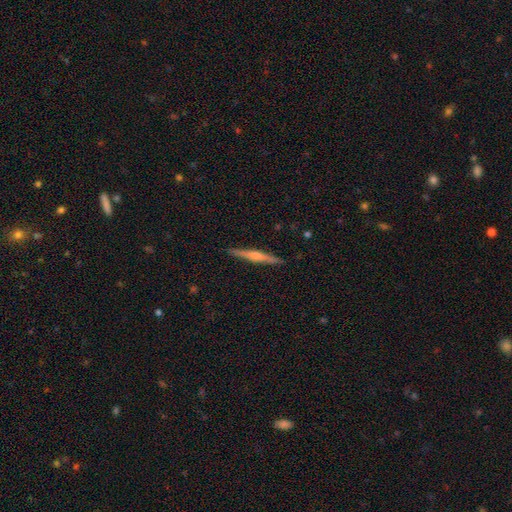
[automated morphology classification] smooth-or-featured: featured or disk: 67% | smooth: 27% | star or artifact: 6%
  disk-edge-on: yes: 98% | no: 2%
    edge-on-bulge: rounded: 74% | none: 14% | boxy: 11%
  merging: none: 91% | minor disturbance: 6% | major disturbance: 1% | merger: 1%